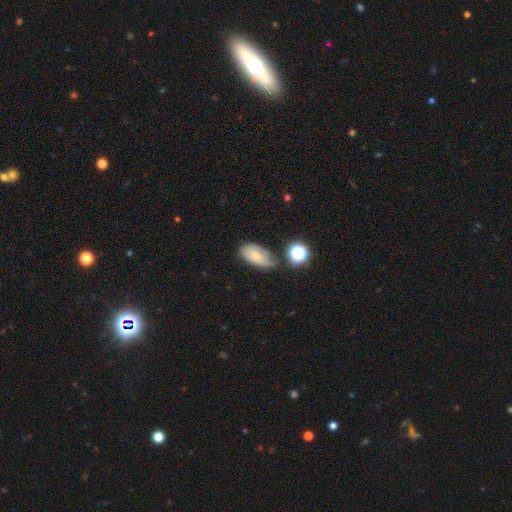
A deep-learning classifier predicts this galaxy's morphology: Smooth or featured?
  - smooth: 61% *
  - featured or disk: 27%
  - star or artifact: 12%
How rounded?
  - in between: 90% *
  - round: 7%
  - cigar-shaped: 4%
Merging?
  - none: 46% *
  - minor disturbance: 34%
  - major disturbance: 13%
  - merger: 7%